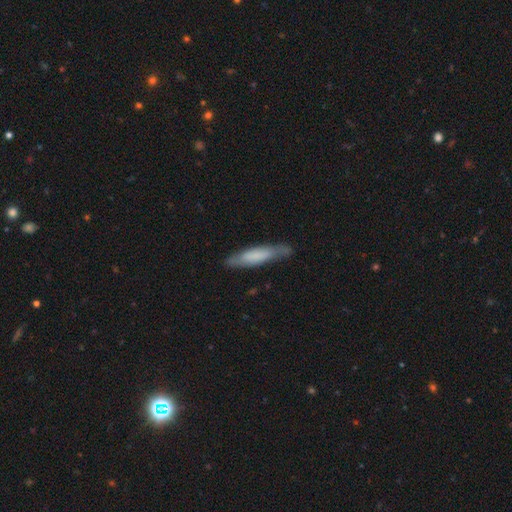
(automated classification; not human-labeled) A smooth galaxy with no disk features (60%) that is cigar-shaped (85%). Merging: none (77%).